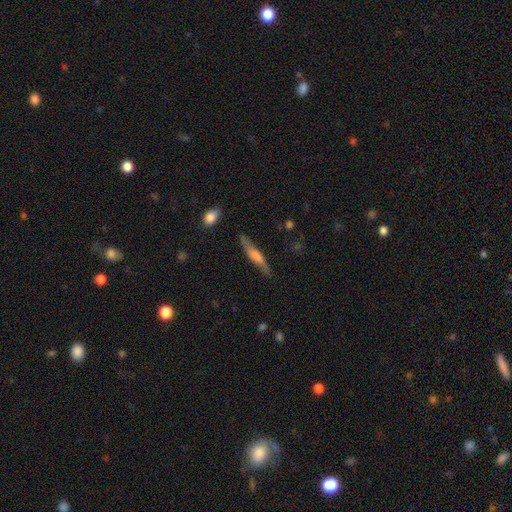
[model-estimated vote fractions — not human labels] Smooth or featured? Predicted: smooth (p=0.49). Merging? Predicted: none (p=0.75).